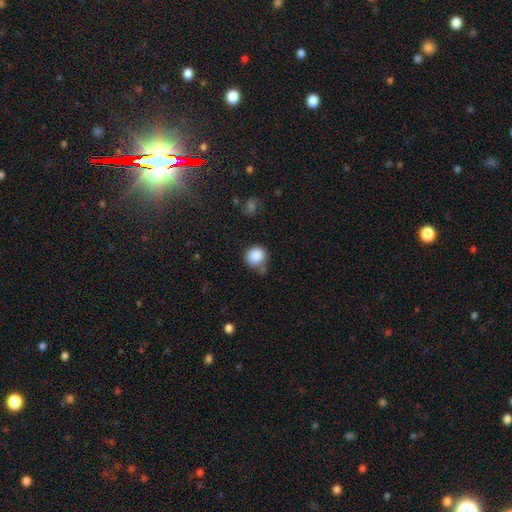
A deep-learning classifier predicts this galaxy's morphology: smooth-or-featured: smooth: 87% | star or artifact: 9% | featured or disk: 4%
  how-rounded: round: 91% | in between: 8% | cigar-shaped: 1%
  merging: none: 68% | minor disturbance: 19% | merger: 8% | major disturbance: 5%